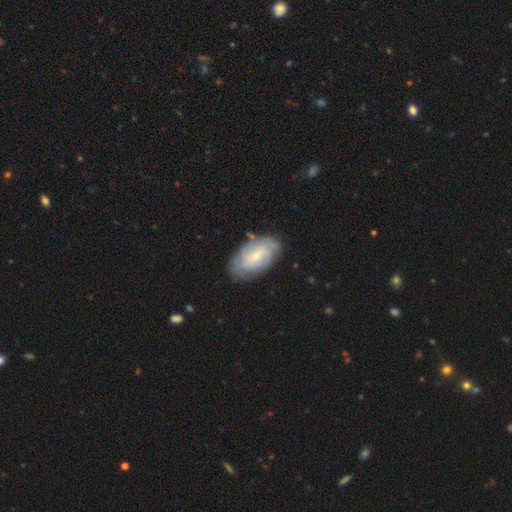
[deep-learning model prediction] The model was most divided on "smooth or featured": smooth: 51%, featured or disk: 42%, star or artifact: 6%. More confident: how rounded — in between (93%); merging — none (75%).